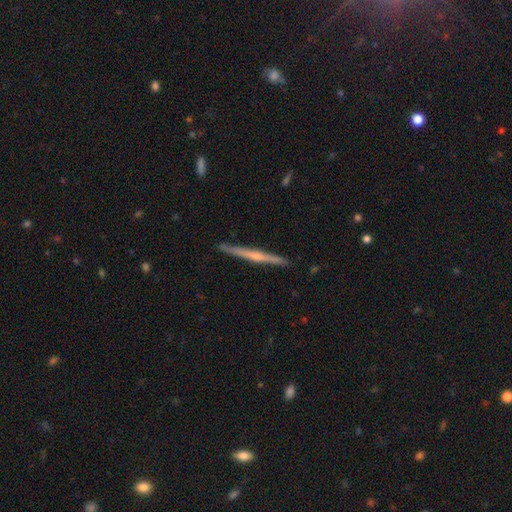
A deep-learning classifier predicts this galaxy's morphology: A featured or disk galaxy (67%) viewed edge-on (98%) with a rounded central bulge (57%). Merging: none (90%).